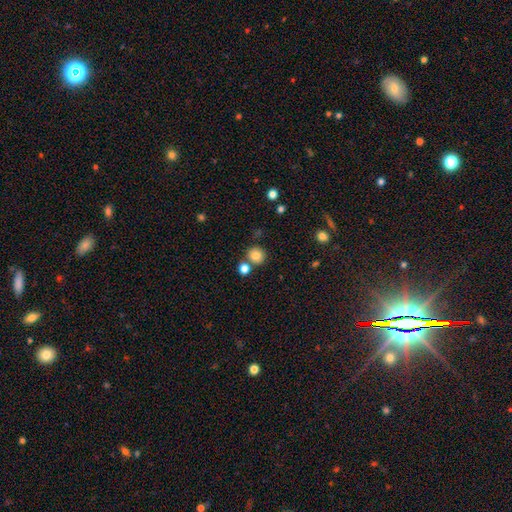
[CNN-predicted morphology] smooth 83%, star or artifact 11%, featured or disk 6%. Down the decision tree: how rounded — round (90%); merging — none (75%).